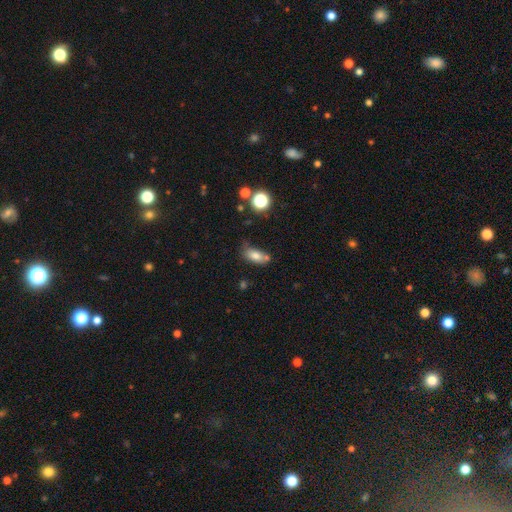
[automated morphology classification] A smooth galaxy with no disk features (77%) that is in between round and cigar-shaped (85%).

Vote fractions:
- Smooth or featured? smooth: 77% / featured or disk: 12% / star or artifact: 11%
- How rounded? in between: 85% / round: 8% / cigar-shaped: 7%
- Merging? none: 51% / minor disturbance: 24% / merger: 17% / major disturbance: 8%